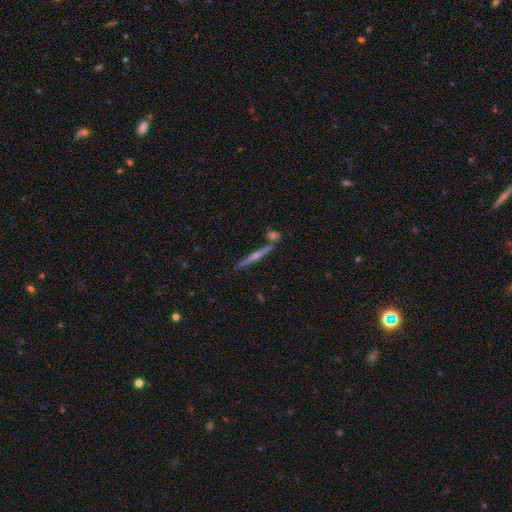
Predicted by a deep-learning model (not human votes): Morphology: type=featured or disk (54%); edge-on=yes (86%); merging=none (66%).